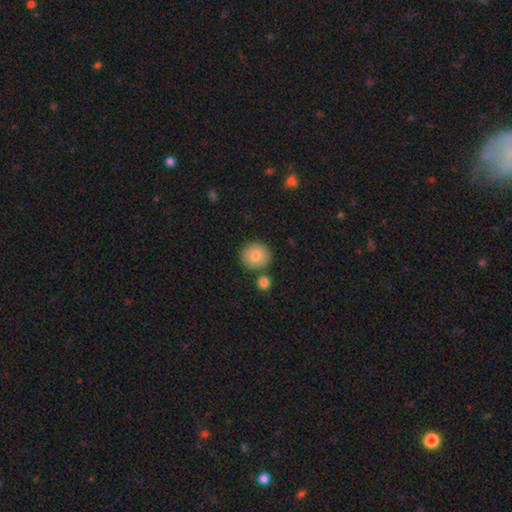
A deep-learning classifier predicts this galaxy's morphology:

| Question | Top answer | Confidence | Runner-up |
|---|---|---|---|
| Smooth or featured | smooth | 83% | featured or disk (9%) |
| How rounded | round | 89% | in between (10%) |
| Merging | none | 79% | merger (11%) |